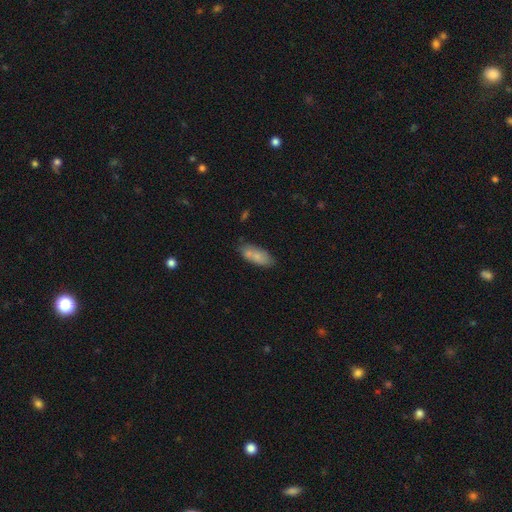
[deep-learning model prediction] Smooth or featured: smooth — 75% (featured or disk — 18%)
How rounded: in between — 79% (cigar-shaped — 19%)
Merging: none — 62% (minor disturbance — 19%)